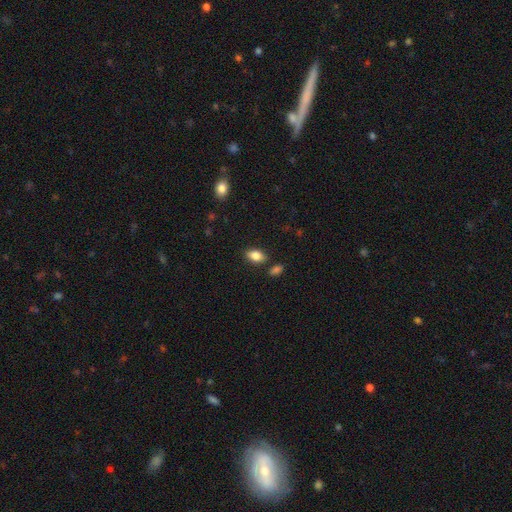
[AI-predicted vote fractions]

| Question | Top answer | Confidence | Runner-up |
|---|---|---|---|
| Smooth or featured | smooth | 82% | featured or disk (10%) |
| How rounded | in between | 87% | round (9%) |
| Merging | none | 81% | minor disturbance (12%) |